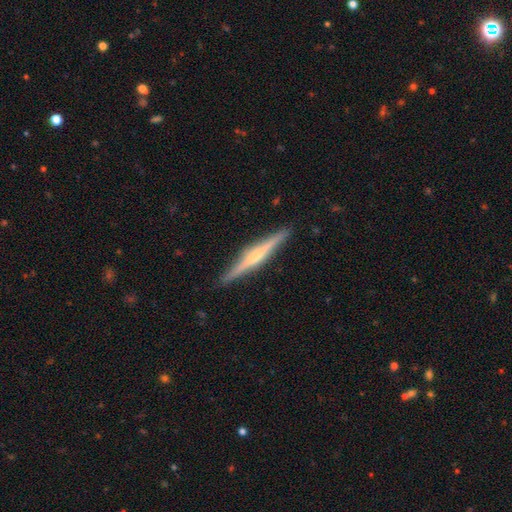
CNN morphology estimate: Q: Smooth or featured?
A: featured or disk (74%); runner-up: smooth (21%)
Q: Edge-on disk?
A: yes (98%); runner-up: no (2%)
Q: Edge-on bulge?
A: rounded (72%); runner-up: none (18%)
Q: Merging?
A: none (91%); runner-up: minor disturbance (6%)